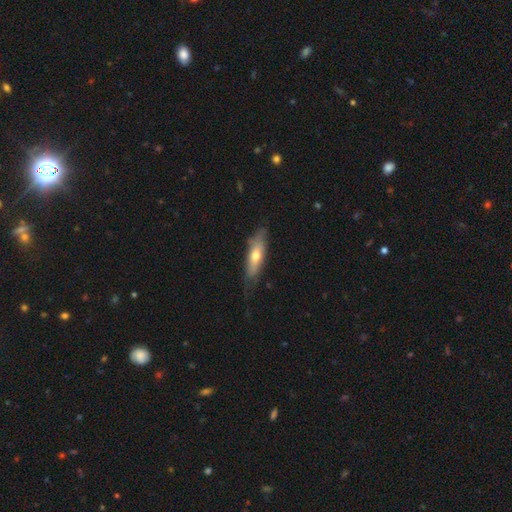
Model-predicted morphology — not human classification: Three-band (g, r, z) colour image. It shows a smooth galaxy with no disk features (57%) that is cigar-shaped (56%). Merging: none (65%).